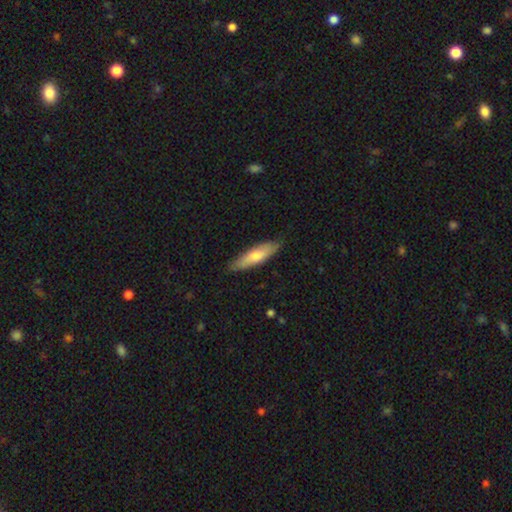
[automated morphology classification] smooth_or_featured: smooth (p=0.67) [alt: featured or disk p=0.28]
how_rounded: cigar-shaped (p=0.66) [alt: in between p=0.32]
merging: none (p=0.85) [alt: minor disturbance p=0.12]